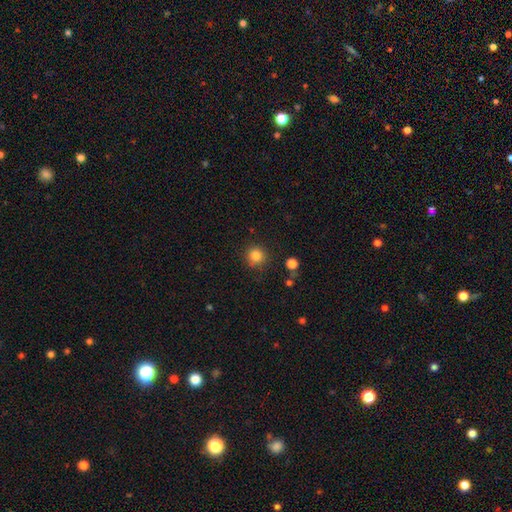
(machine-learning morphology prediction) smooth-or-featured: smooth: 84% | star or artifact: 11% | featured or disk: 4%
  how-rounded: round: 93% | in between: 6% | cigar-shaped: 1%
  merging: none: 86% | minor disturbance: 8% | major disturbance: 3% | merger: 3%